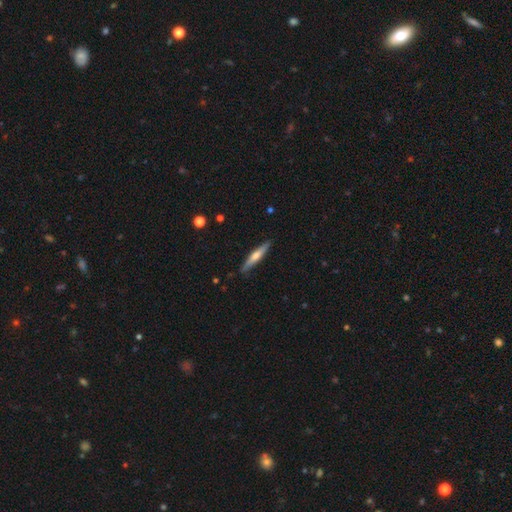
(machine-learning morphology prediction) The model was most divided on "smooth or featured": featured or disk: 51%, smooth: 43%, star or artifact: 6%. More confident: edge-on disk — yes (96%); merging — none (88%).